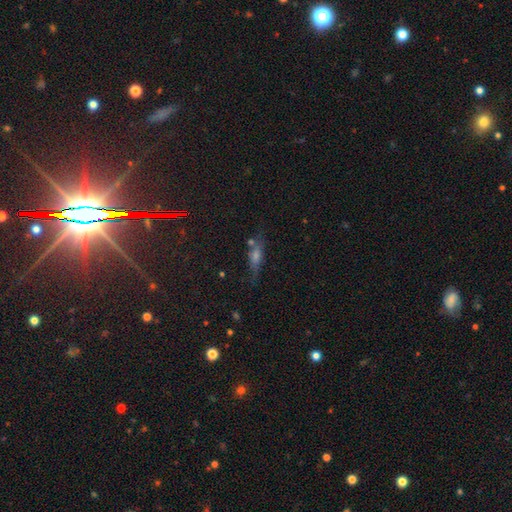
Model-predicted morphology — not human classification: This appears to be a smooth galaxy with no disk features (40%). Merging: none (66%).